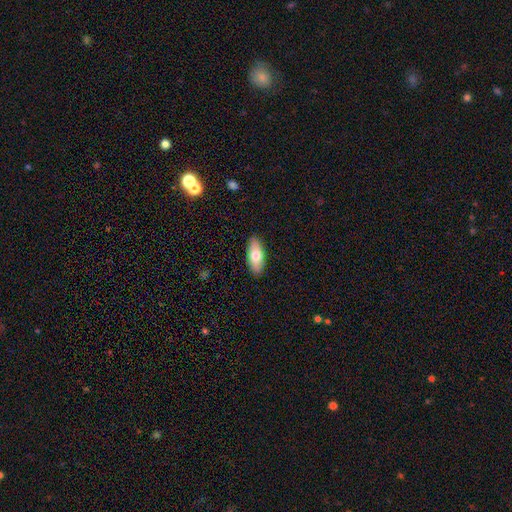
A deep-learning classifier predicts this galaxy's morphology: type=smooth (74%); roundness=in between (81%); merging=none (89%).